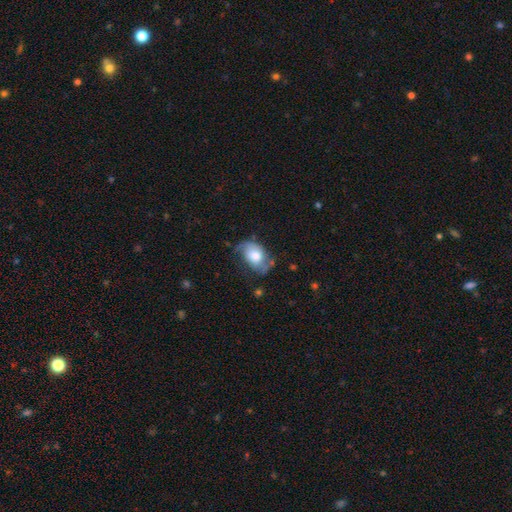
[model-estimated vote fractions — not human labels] This appears to be a featured or disk galaxy (47%). Merging: none (51%).